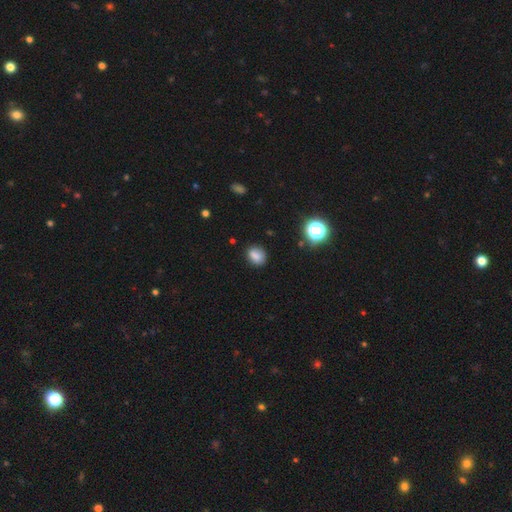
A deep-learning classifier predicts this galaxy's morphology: Q: Smooth or featured?
A: smooth (79%); runner-up: star or artifact (14%)
Q: How rounded?
A: round (49%); tied with: in between (49%)
Q: Merging?
A: none (79%); runner-up: minor disturbance (15%)